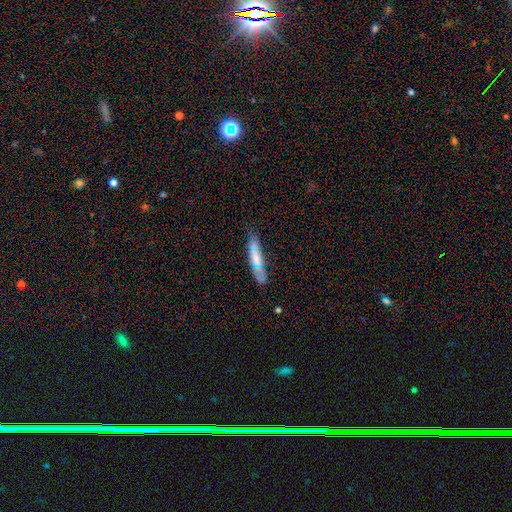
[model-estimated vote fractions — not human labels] Smooth or featured?
  - smooth: 57% *
  - featured or disk: 35%
  - star or artifact: 8%
How rounded?
  - cigar-shaped: 80% *
  - in between: 18%
  - round: 2%
Merging?
  - none: 57% *
  - minor disturbance: 29%
  - major disturbance: 9%
  - merger: 5%